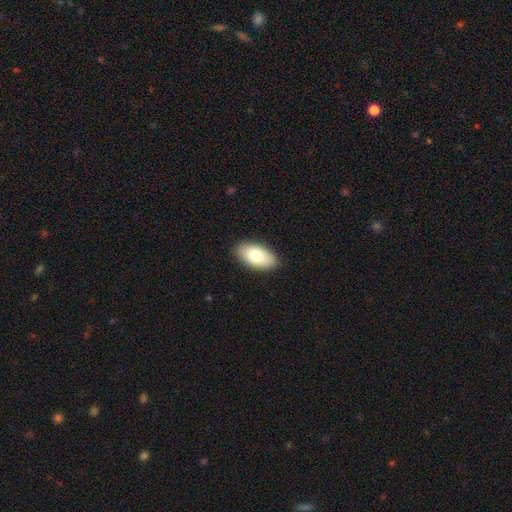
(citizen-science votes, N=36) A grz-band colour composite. It shows a smooth galaxy with no disk features (83%) that is in between round and cigar-shaped (87%). Merging: none (91%).